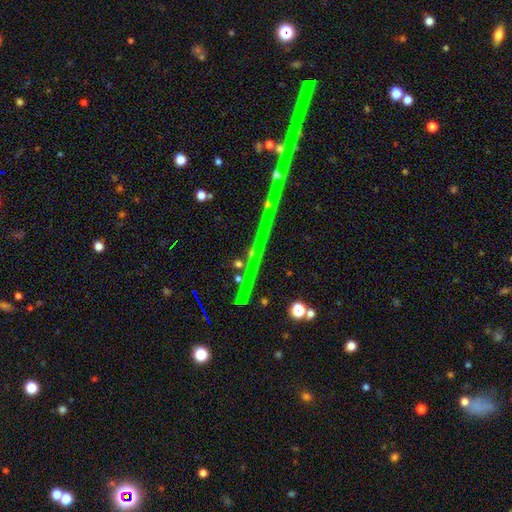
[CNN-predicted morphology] This appears to be a star or artifact, not a galaxy (72%).